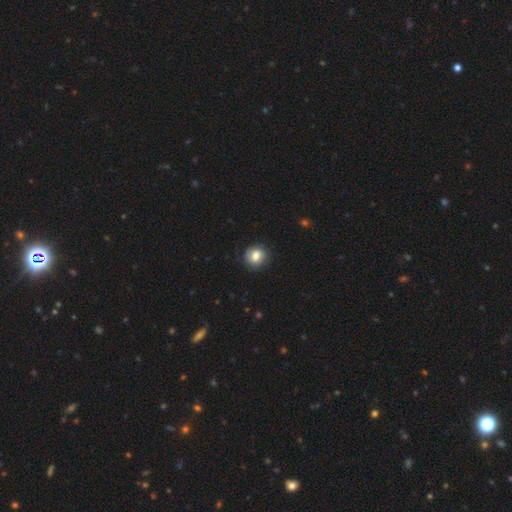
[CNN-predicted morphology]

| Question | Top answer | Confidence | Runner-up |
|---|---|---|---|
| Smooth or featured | smooth | 72% | featured or disk (19%) |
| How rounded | round | 74% | in between (25%) |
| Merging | none | 80% | minor disturbance (14%) |